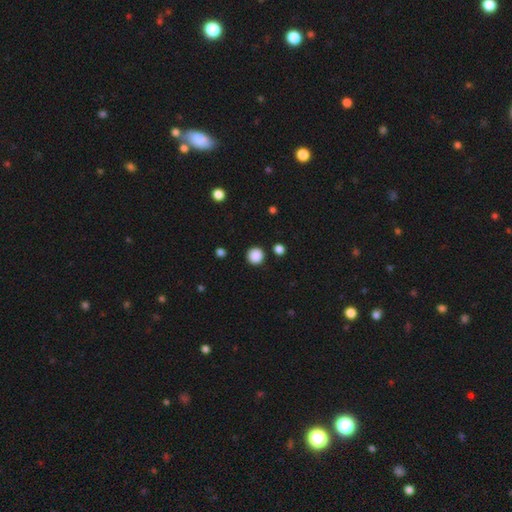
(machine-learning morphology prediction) Smooth or featured? Predicted: smooth (p=0.87). How rounded? Predicted: round (p=0.94). Merging? Predicted: none (p=0.90).